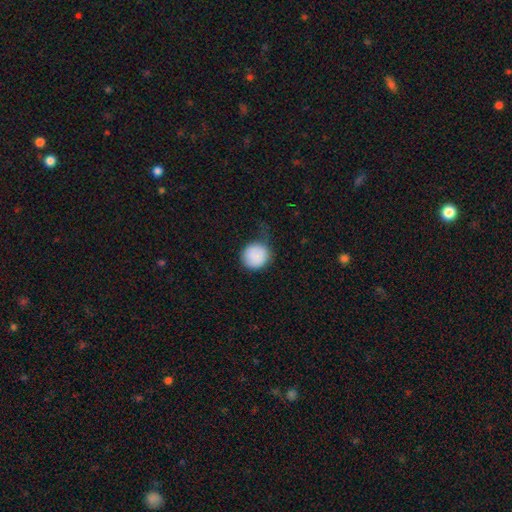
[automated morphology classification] smooth-or-featured: smooth: 85% | featured or disk: 8% | star or artifact: 7%
  how-rounded: round: 90% | in between: 9% | cigar-shaped: 1%
  merging: none: 43% | minor disturbance: 37% | major disturbance: 18% | merger: 2%